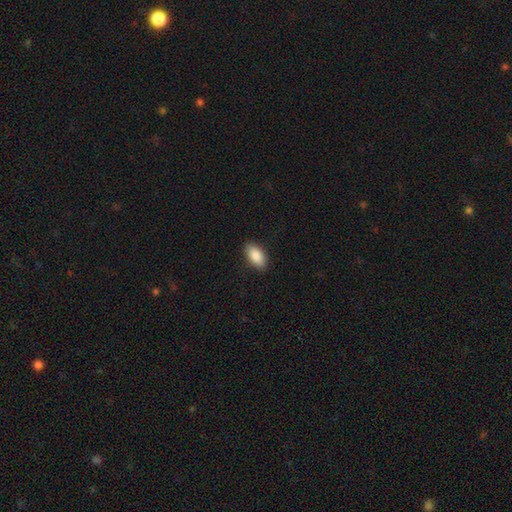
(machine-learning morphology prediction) smooth 88%, star or artifact 6%, featured or disk 6%. Down the decision tree: how rounded — in between (93%); merging — none (88%).